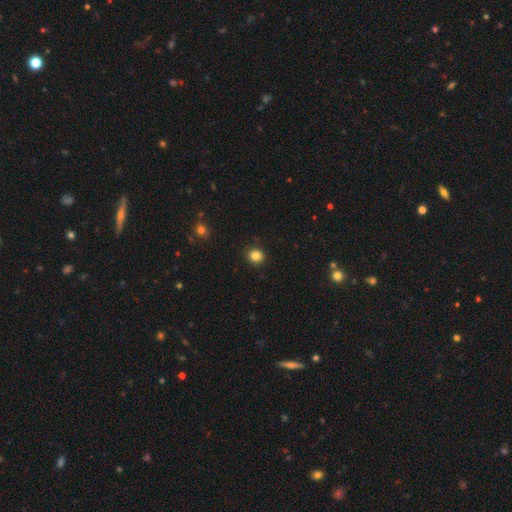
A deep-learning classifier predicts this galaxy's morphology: Smooth or featured: smooth — 84% (star or artifact — 12%)
How rounded: round — 86% (in between — 13%)
Merging: none — 90% (minor disturbance — 7%)